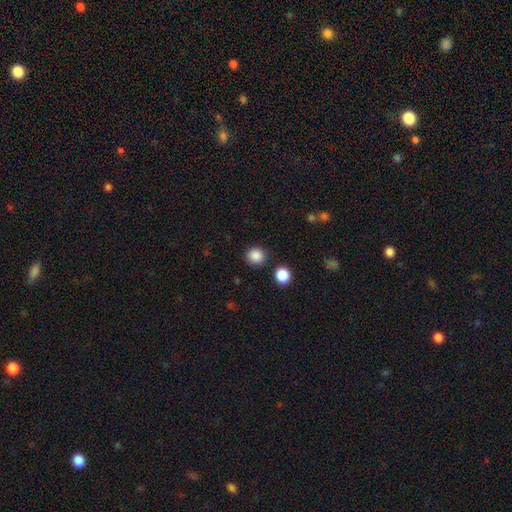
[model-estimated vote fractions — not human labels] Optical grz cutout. It shows a smooth galaxy with no disk features (86%) that is round (89%). Merging: none (86%).